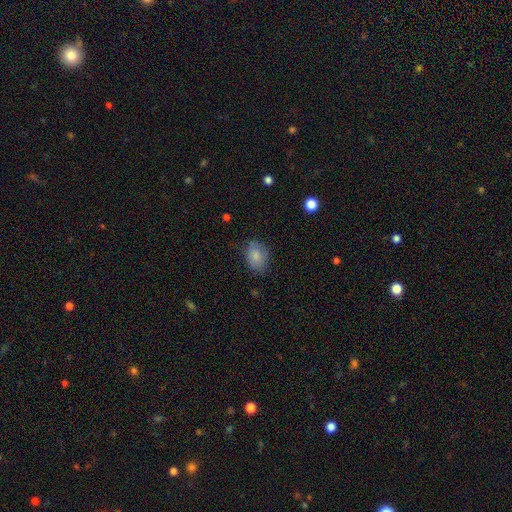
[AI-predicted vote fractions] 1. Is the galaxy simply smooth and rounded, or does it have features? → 82% smooth, 10% featured or disk, 8% star or artifact.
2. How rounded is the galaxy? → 73% in between, 25% round, 1% cigar-shaped.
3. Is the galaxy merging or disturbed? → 70% none, 22% minor disturbance, 6% major disturbance, 1% merger.